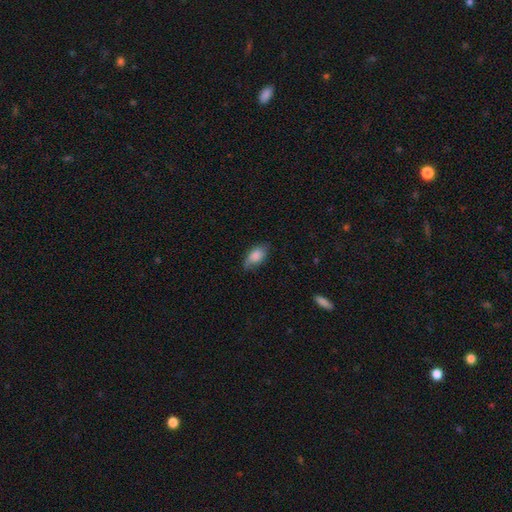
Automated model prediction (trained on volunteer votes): Smooth or featured?
  - smooth: 84% *
  - featured or disk: 9%
  - star or artifact: 7%
How rounded?
  - in between: 91% *
  - round: 5%
  - cigar-shaped: 4%
Merging?
  - none: 69% *
  - minor disturbance: 25%
  - major disturbance: 5%
  - merger: 1%